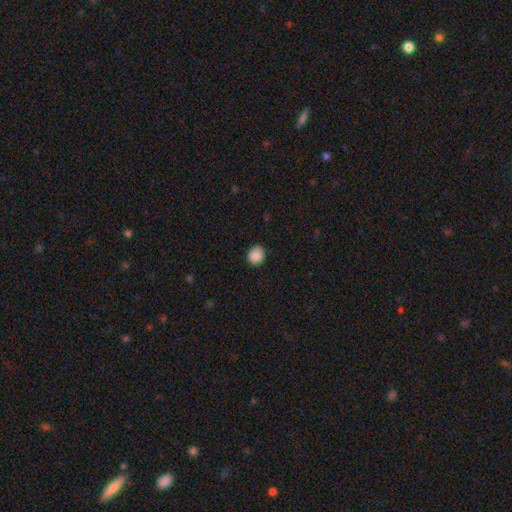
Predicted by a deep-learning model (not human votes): A smooth galaxy with no disk features (88%) that is round (75%).

Vote fractions:
- Smooth or featured? smooth: 88% / star or artifact: 9% / featured or disk: 3%
- How rounded? round: 75% / in between: 24% / cigar-shaped: 1%
- Merging? none: 87% / minor disturbance: 10% / major disturbance: 2% / merger: 1%